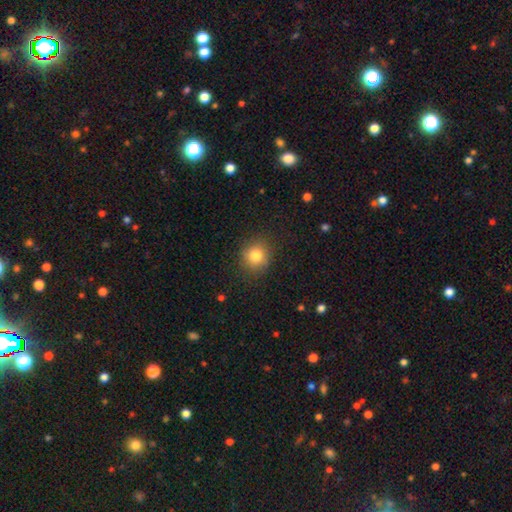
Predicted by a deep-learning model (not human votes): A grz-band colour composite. It shows a smooth galaxy with no disk features (81%) that is round (85%). Merging: none (85%).